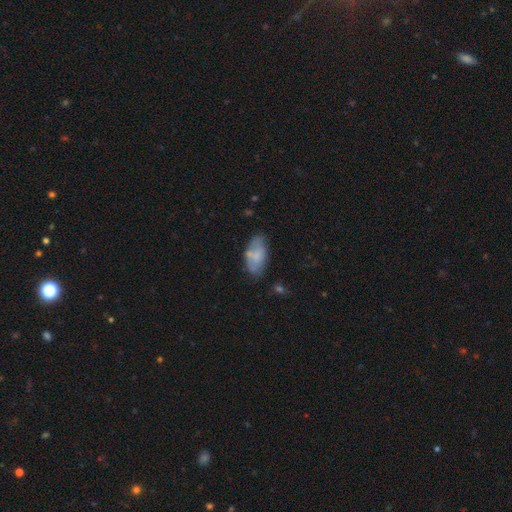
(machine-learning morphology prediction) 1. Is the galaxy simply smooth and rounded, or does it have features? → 67% smooth, 25% featured or disk, 7% star or artifact.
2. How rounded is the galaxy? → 93% in between, 4% cigar-shaped, 3% round.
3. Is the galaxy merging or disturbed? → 59% none, 25% minor disturbance, 8% merger, 8% major disturbance.